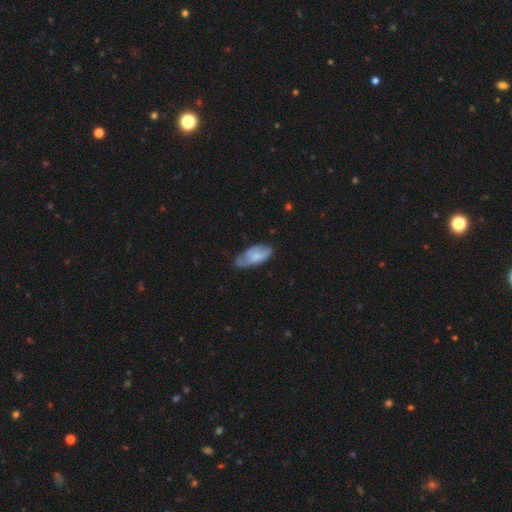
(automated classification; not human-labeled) This is possibly a smooth galaxy (57%). How rounded: clearly in between (88%). Merging: possibly none (53%).